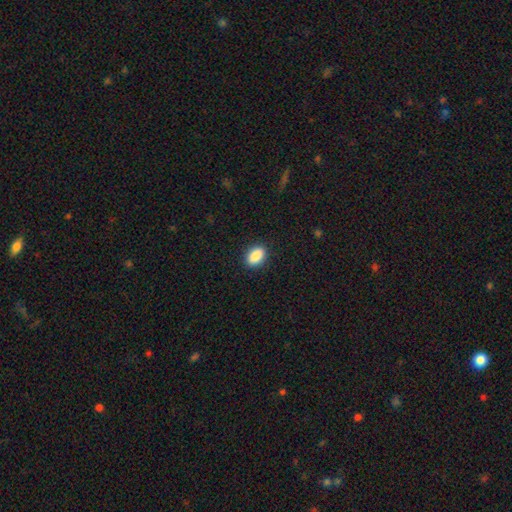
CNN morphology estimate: smooth-or-featured: smooth: 89% | star or artifact: 8% | featured or disk: 4%
  how-rounded: in between: 88% | round: 10% | cigar-shaped: 2%
  merging: none: 89% | minor disturbance: 8% | major disturbance: 2% | merger: 1%